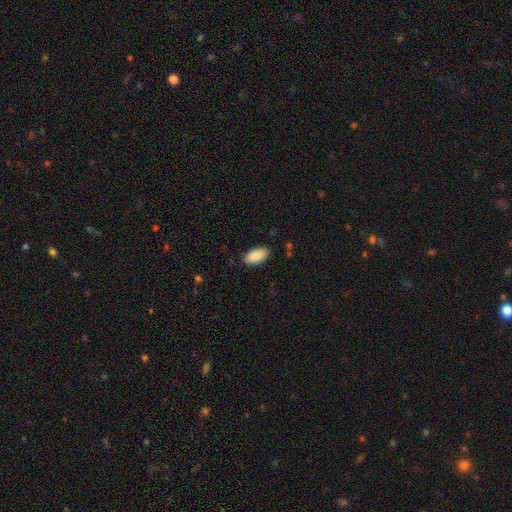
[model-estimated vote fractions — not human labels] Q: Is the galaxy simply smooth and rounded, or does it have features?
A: smooth — 89%.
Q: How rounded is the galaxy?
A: in between — 93%.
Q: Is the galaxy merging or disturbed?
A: none — 87%.